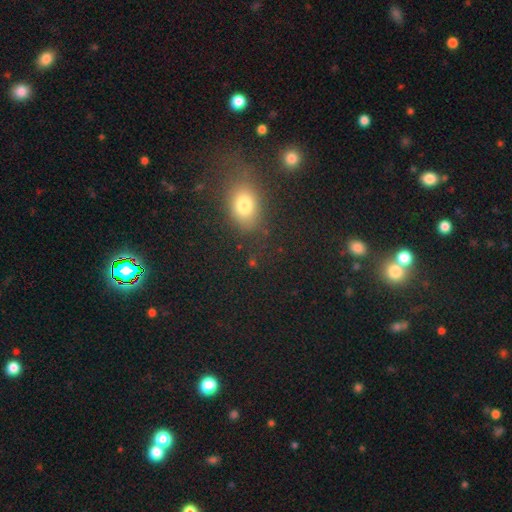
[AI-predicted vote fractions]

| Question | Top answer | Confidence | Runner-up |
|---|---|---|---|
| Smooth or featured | smooth | 64% | star or artifact (25%) |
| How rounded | in between | 67% | round (29%) |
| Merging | none | 75% | minor disturbance (15%) |